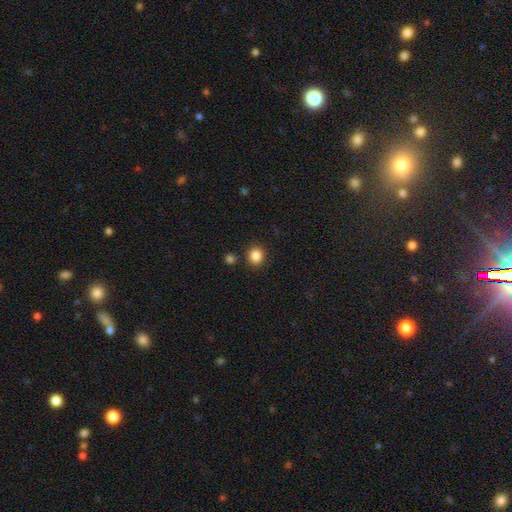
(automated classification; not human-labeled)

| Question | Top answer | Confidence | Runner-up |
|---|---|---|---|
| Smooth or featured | smooth | 86% | star or artifact (11%) |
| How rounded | round | 87% | in between (12%) |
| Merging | none | 88% | minor disturbance (7%) |